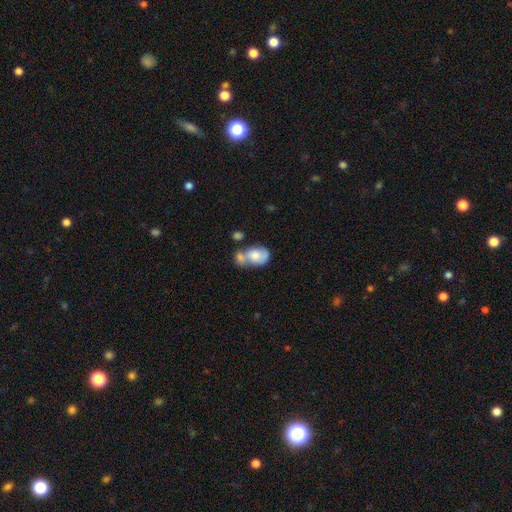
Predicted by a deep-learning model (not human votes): This is likely a smooth galaxy (64%). How rounded: likely in between (70%). Merging: possibly merger (56%).